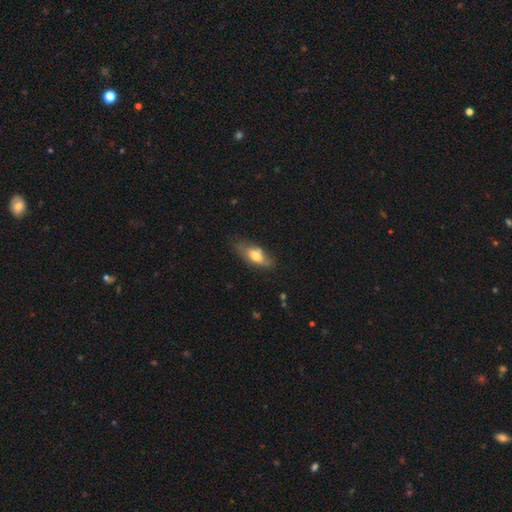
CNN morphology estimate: smooth-or-featured: smooth: 65% | featured or disk: 28% | star or artifact: 7%
  how-rounded: in between: 76% | cigar-shaped: 21% | round: 3%
  merging: none: 65% | minor disturbance: 24% | major disturbance: 7% | merger: 4%